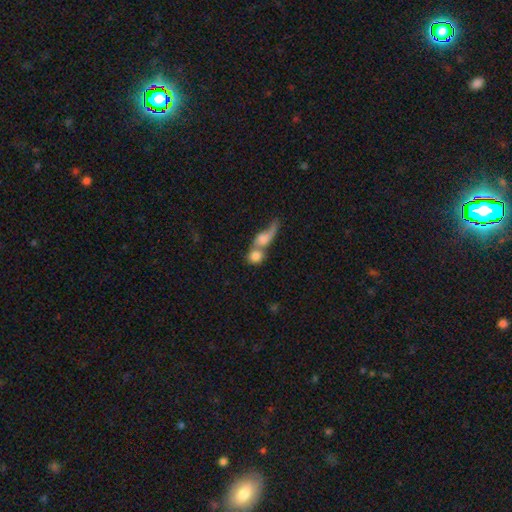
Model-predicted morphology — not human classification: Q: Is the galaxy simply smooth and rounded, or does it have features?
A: smooth — 72%.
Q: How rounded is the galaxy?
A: round — 69%.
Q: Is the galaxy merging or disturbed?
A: merger — 67%.